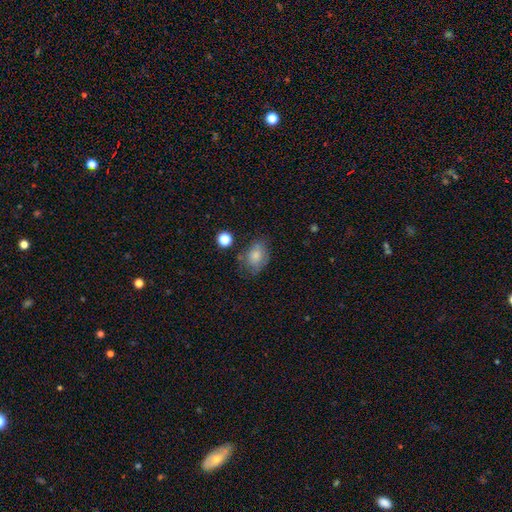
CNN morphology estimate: smooth_or_featured: smooth (p=0.78) [alt: featured or disk p=0.13]
how_rounded: in between (p=0.76) [alt: round p=0.23]
merging: none (p=0.61) [alt: minor disturbance p=0.25]